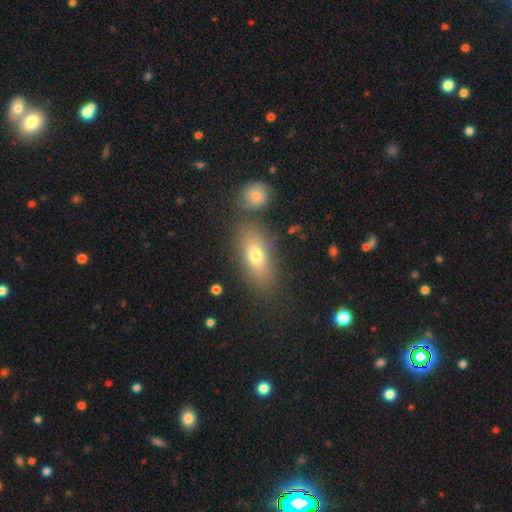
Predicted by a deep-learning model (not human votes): Smooth or featured? smooth (70%)
How rounded? in between (76%)
Merging? none (75%)